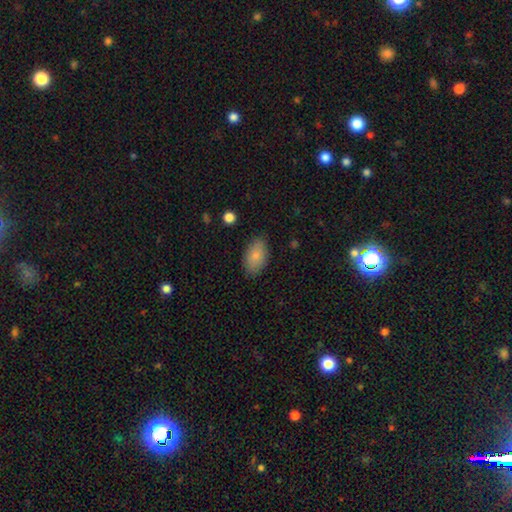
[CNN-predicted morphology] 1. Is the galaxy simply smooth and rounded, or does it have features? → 82% smooth, 11% featured or disk, 7% star or artifact.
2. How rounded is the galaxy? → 91% in between, 7% round, 2% cigar-shaped.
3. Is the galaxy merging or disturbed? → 83% none, 13% minor disturbance, 3% major disturbance, 1% merger.